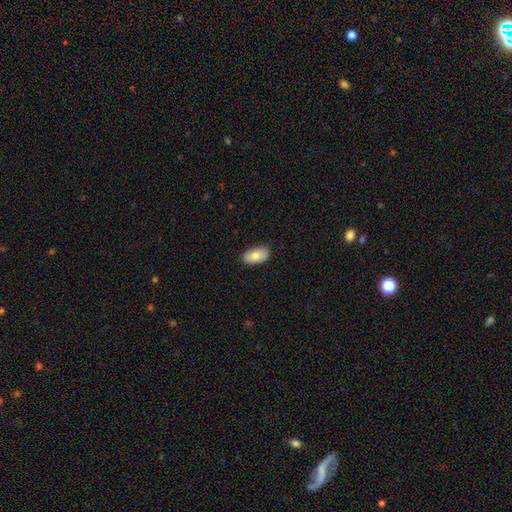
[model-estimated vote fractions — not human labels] Smooth or featured? Predicted: smooth (p=0.80). How rounded? Predicted: in between (p=0.94). Merging? Predicted: none (p=0.87).